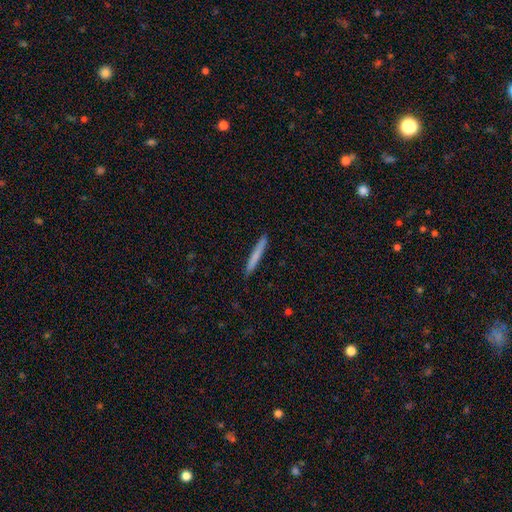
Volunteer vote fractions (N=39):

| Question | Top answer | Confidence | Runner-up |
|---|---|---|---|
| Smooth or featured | smooth | 67% | featured or disk (26%) |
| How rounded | cigar-shaped | 100% | — |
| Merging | none | 89% | minor disturbance (8%) |